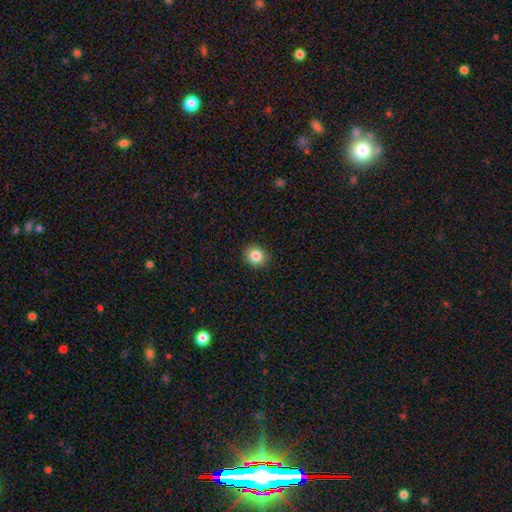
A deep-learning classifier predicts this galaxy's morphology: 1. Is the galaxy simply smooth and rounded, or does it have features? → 84% smooth, 10% star or artifact, 6% featured or disk.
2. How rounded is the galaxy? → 77% round, 22% in between, 1% cigar-shaped.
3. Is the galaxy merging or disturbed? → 91% none, 7% minor disturbance, 2% major disturbance, 1% merger.